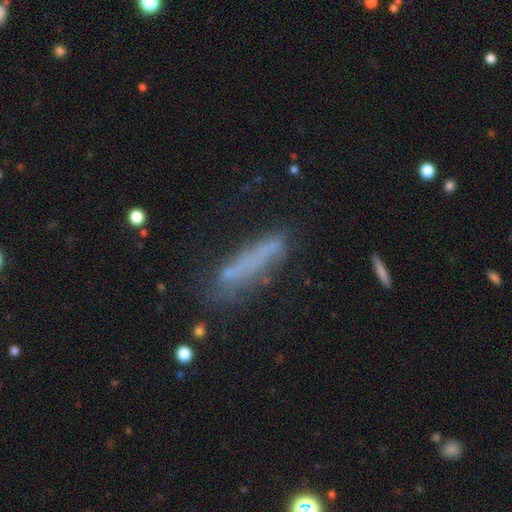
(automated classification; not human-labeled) A smooth galaxy with no disk features (53%) that is cigar-shaped (82%).

Vote fractions:
- Smooth or featured? smooth: 53% / featured or disk: 33% / star or artifact: 14%
- How rounded? cigar-shaped: 82% / in between: 16% / round: 2%
- Merging? none: 55% / minor disturbance: 24% / major disturbance: 15% / merger: 7%